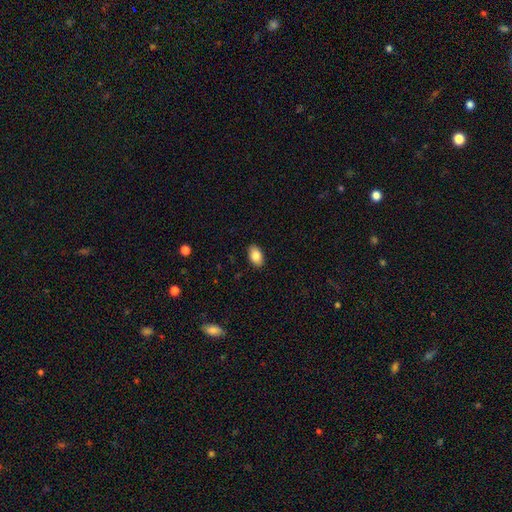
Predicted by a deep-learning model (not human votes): Smooth or featured? Predicted: smooth (p=0.86). How rounded? Predicted: in between (p=0.92). Merging? Predicted: none (p=0.89).